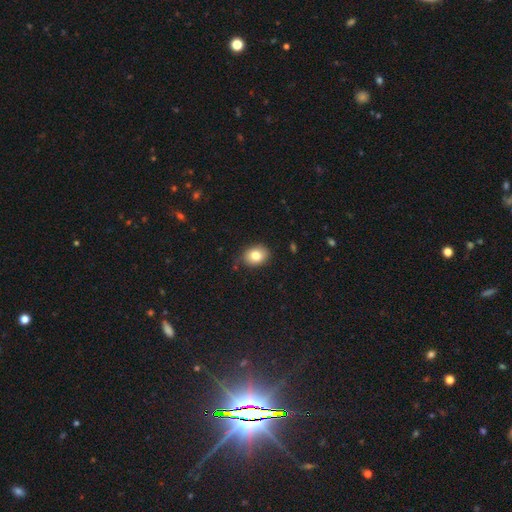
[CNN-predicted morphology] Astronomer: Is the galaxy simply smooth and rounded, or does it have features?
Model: smooth — 81%.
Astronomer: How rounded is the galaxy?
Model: in between — 55% (runner-up: round, 44%).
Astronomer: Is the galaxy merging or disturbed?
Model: none — 81%.